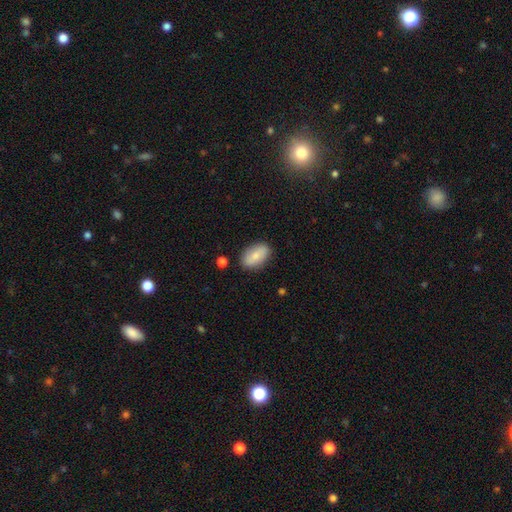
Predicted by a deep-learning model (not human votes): The model was most divided on "smooth or featured": smooth: 75%, featured or disk: 19%, star or artifact: 6%. More confident: how rounded — in between (92%); merging — none (84%).